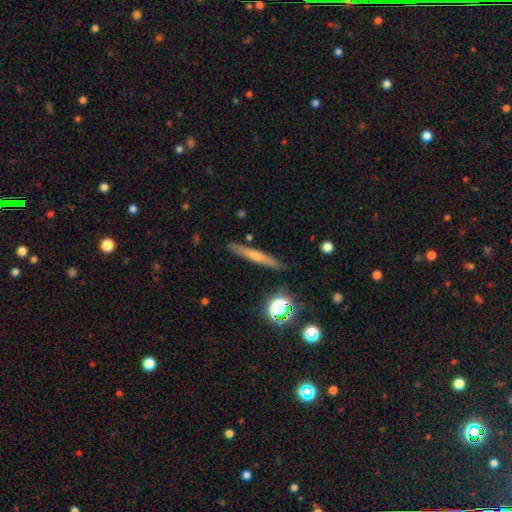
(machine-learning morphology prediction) Smooth or featured: featured or disk — 46% (smooth — 44%)
Merging: none — 88% (minor disturbance — 8%)